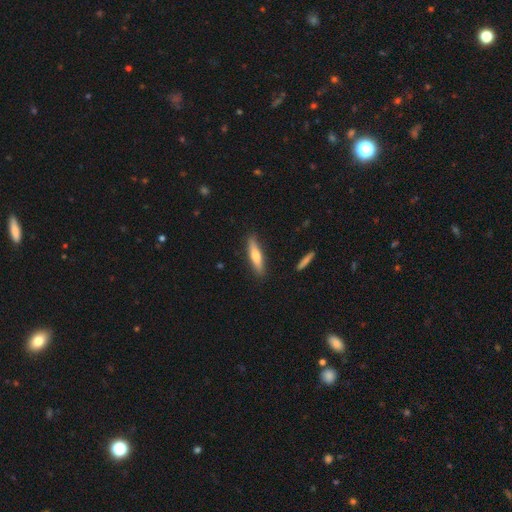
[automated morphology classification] Smooth or featured? Predicted: smooth (p=0.60). How rounded? Predicted: cigar-shaped (p=0.80). Merging? Predicted: none (p=0.87).